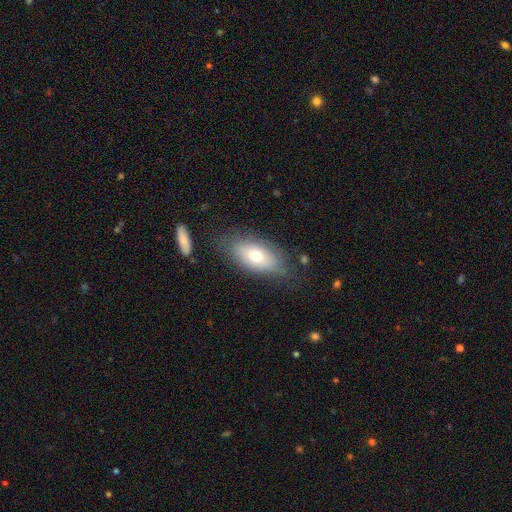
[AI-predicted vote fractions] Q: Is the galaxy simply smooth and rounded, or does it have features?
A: smooth — 67%.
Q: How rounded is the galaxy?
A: in between — 87%.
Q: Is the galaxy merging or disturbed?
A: none — 74%.